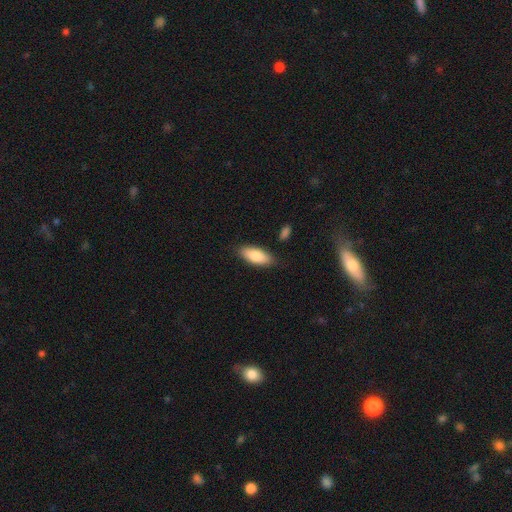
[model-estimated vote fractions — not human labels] This is clearly a smooth galaxy (84%). How rounded: clearly in between (82%). Merging: clearly none (83%).